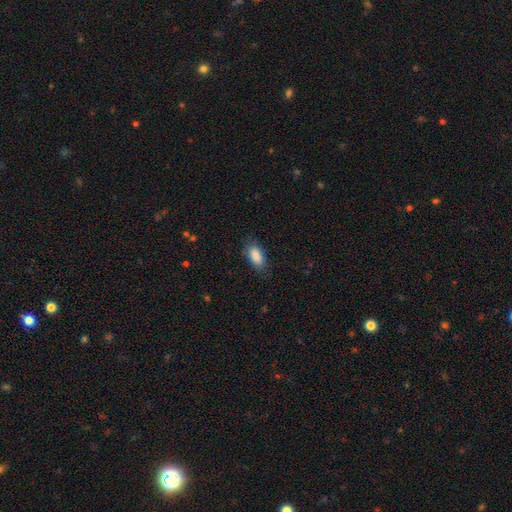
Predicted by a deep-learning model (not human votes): The model was most divided on "merging": none: 81%, minor disturbance: 14%, major disturbance: 4%, merger: 1%. More confident: how rounded — in between (89%); smooth or featured — smooth (89%).